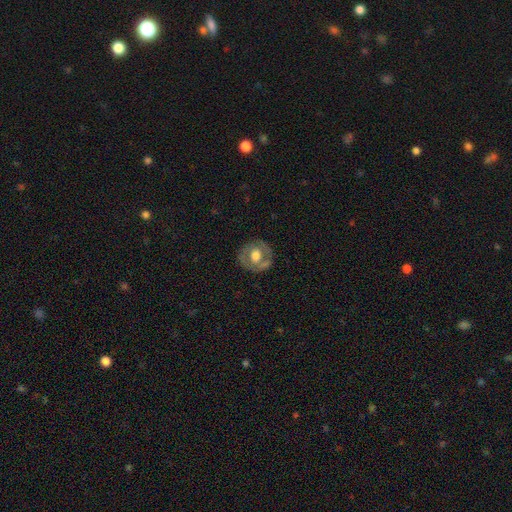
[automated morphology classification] The model was most divided on "smooth or featured": featured or disk: 51%, smooth: 43%, star or artifact: 6%. More confident: edge-on disk — no (95%); merging — none (75%).